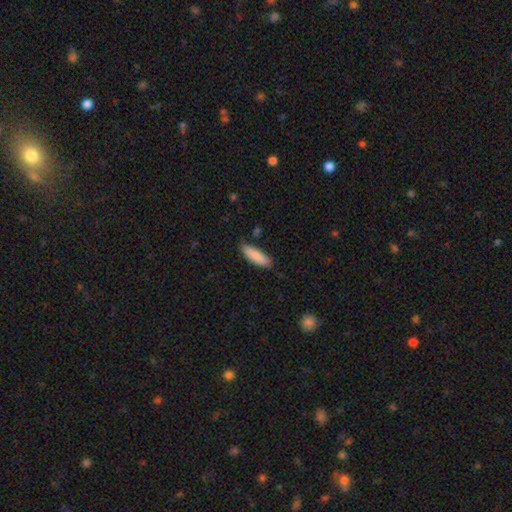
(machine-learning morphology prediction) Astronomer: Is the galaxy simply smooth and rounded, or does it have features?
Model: smooth — 87%.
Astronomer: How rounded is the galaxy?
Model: in between — 50% (runner-up: cigar-shaped, 49%).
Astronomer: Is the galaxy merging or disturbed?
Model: none — 82%.